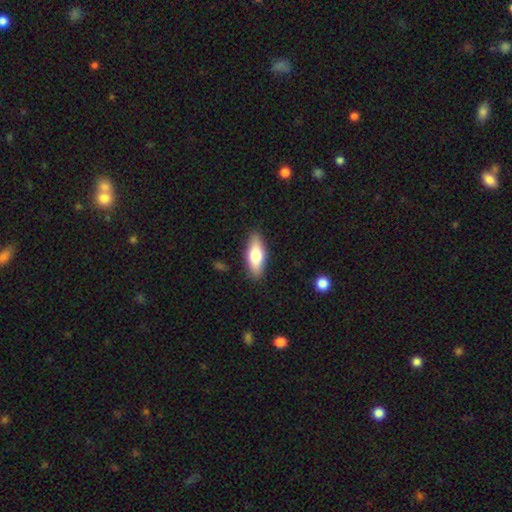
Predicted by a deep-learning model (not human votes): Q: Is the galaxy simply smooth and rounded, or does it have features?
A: smooth — 71%.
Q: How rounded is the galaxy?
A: in between — 70%.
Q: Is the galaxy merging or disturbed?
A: none — 87%.